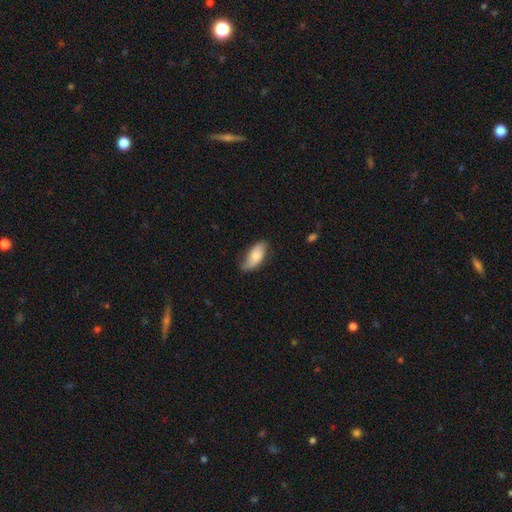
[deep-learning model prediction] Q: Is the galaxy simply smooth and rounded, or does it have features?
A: smooth — 72%.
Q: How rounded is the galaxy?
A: in between — 89%.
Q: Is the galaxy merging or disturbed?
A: none — 62%.